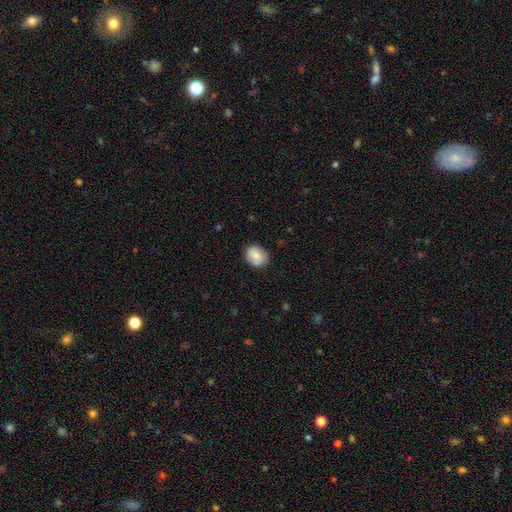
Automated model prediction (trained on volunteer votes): Q: Smooth or featured?
A: smooth (77%); runner-up: featured or disk (15%)
Q: How rounded?
A: in between (52%); runner-up: round (47%)
Q: Merging?
A: none (75%); runner-up: minor disturbance (18%)